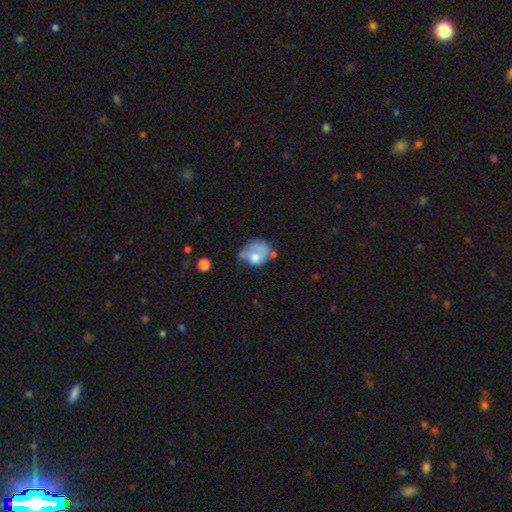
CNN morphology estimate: A smooth galaxy with no disk features (62%) that is in between round and cigar-shaped (56%). Merging: minor disturbance (34%).